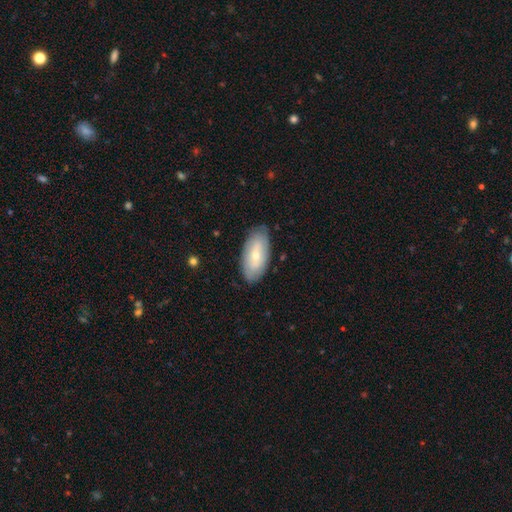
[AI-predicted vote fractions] This is possibly a smooth galaxy (55%). How rounded: clearly in between (91%). Merging: clearly none (82%).